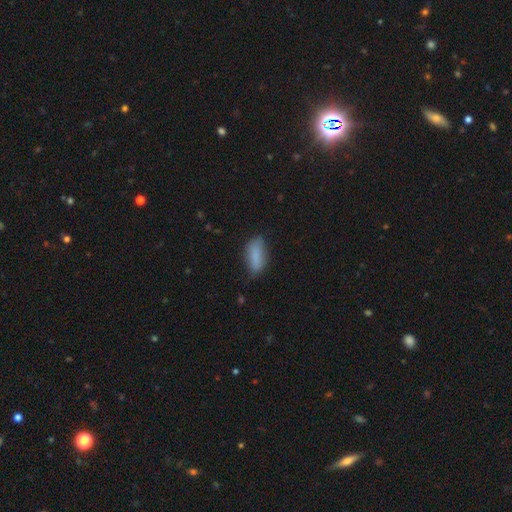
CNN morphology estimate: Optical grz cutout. It shows a smooth galaxy with no disk features (83%) that is in between round and cigar-shaped (82%). Merging: none (65%).